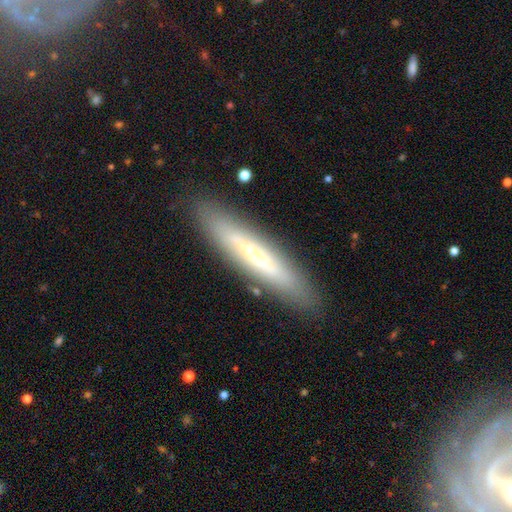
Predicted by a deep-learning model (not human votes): smooth-or-featured: featured or disk: 50% | smooth: 42% | star or artifact: 8%
  disk-edge-on: yes: 78% | no: 22%
  merging: none: 87% | minor disturbance: 9% | major disturbance: 2% | merger: 2%